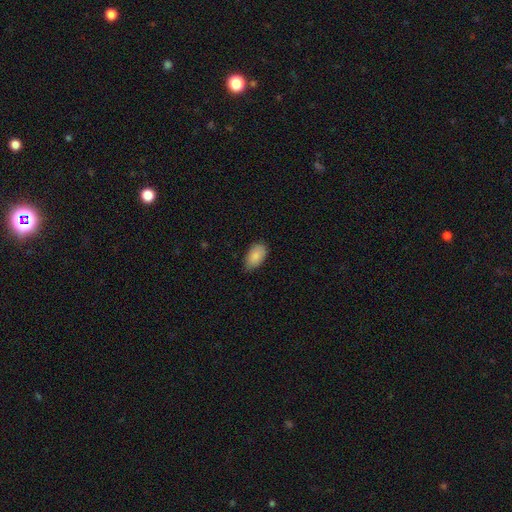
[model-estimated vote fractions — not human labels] Smooth or featured? Predicted: smooth (p=0.86). How rounded? Predicted: in between (p=0.94). Merging? Predicted: none (p=0.71).